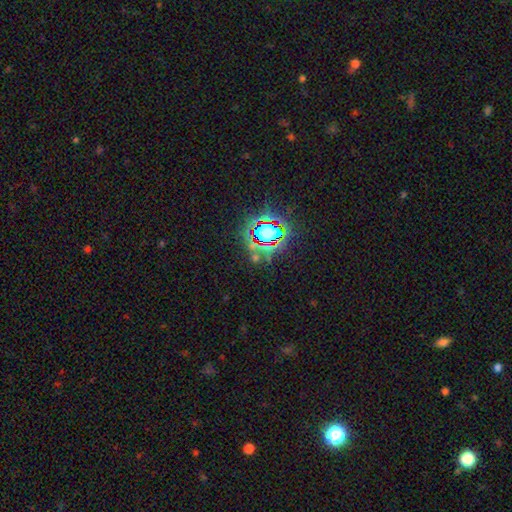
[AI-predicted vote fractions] Smooth or featured?
  - star or artifact: 77% *
  - smooth: 14%
  - featured or disk: 9%